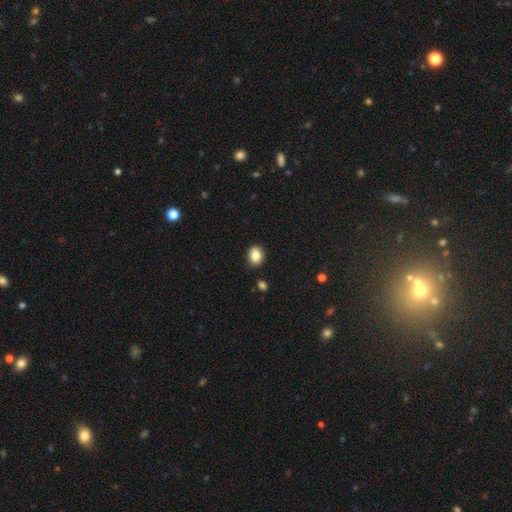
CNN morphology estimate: Smooth or featured? smooth (84%)
How rounded? round (50%)
Merging? none (87%)